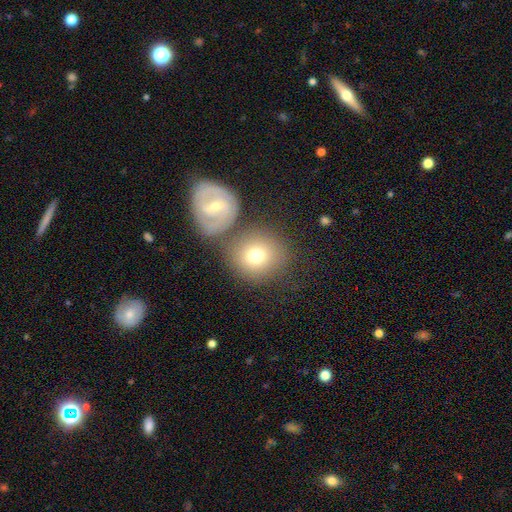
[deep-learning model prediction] A smooth galaxy with no disk features (68%) that is round (83%). Merging: none (63%).